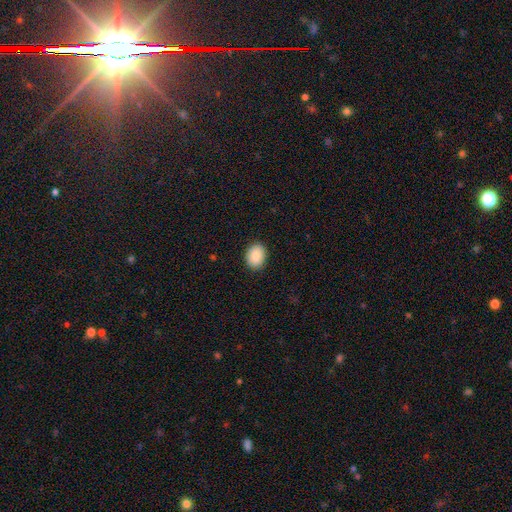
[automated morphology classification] type=smooth (89%); roundness=in between (66%); merging=none (90%).